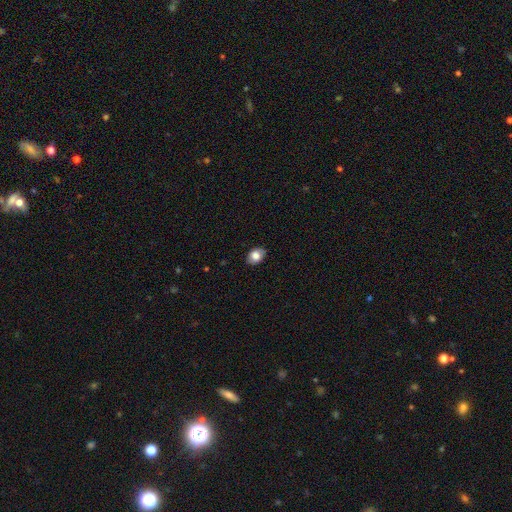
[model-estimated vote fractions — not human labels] smooth-or-featured: smooth: 78% | featured or disk: 15% | star or artifact: 8%
  how-rounded: in between: 81% | round: 18% | cigar-shaped: 1%
  merging: none: 86% | minor disturbance: 11% | major disturbance: 2% | merger: 1%